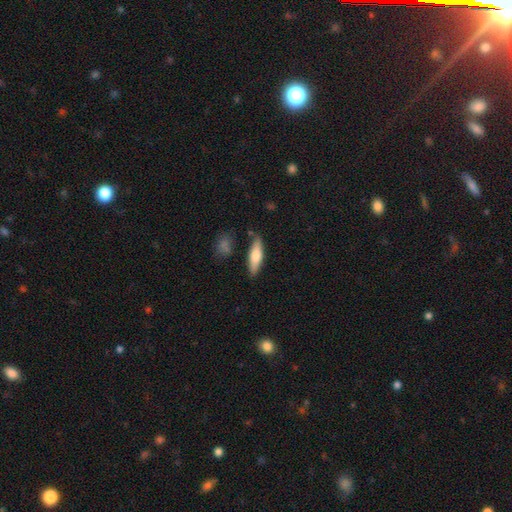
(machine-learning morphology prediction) This is likely a smooth galaxy (68%). How rounded: possibly cigar-shaped (57%). Merging: likely none (79%).